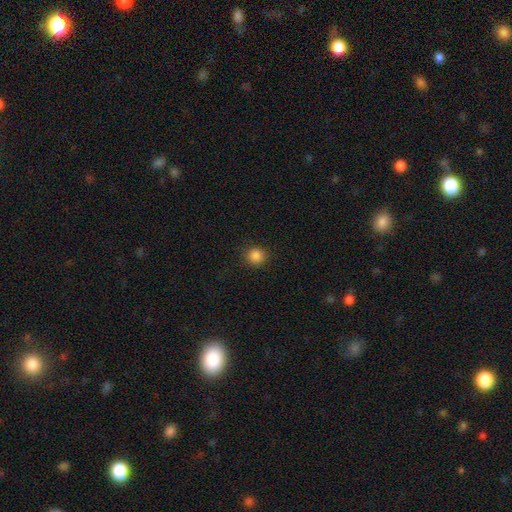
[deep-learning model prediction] Overall: smooth (85%). How rounded: round (91%). Merging: none (91%).